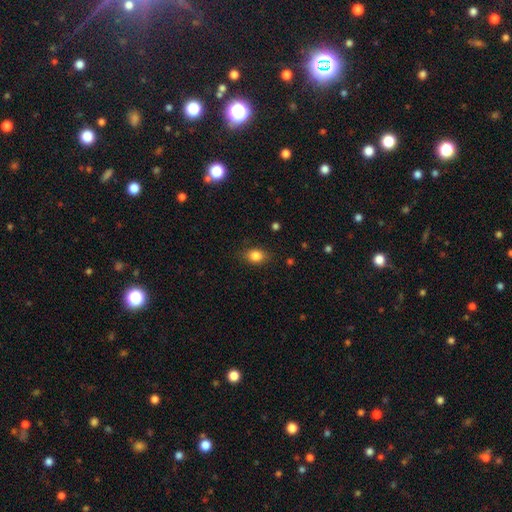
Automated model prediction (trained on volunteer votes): Smooth or featured: smooth — 84% (star or artifact — 9%)
How rounded: in between — 69% (round — 29%)
Merging: none — 82% (minor disturbance — 14%)